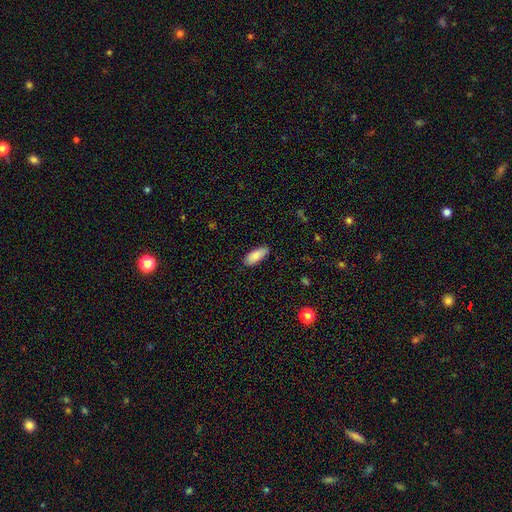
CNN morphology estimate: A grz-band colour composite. It shows a smooth galaxy with no disk features (85%) that is in between round and cigar-shaped (82%). Merging: none (85%).